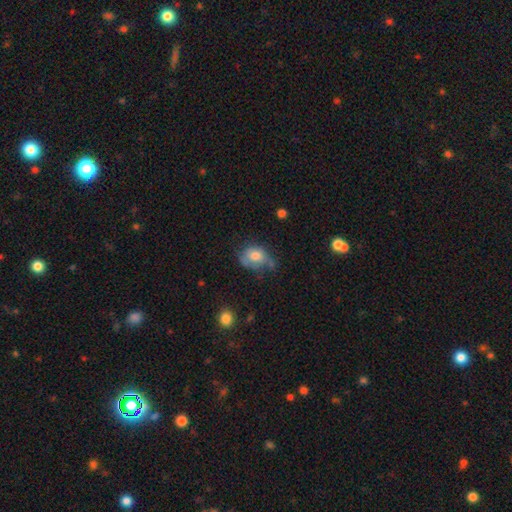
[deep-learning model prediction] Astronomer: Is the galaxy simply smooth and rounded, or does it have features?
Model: smooth — 64%.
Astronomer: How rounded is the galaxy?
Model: in between — 62%.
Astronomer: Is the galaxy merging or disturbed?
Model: minor disturbance — 37% (runner-up: none, 36%).